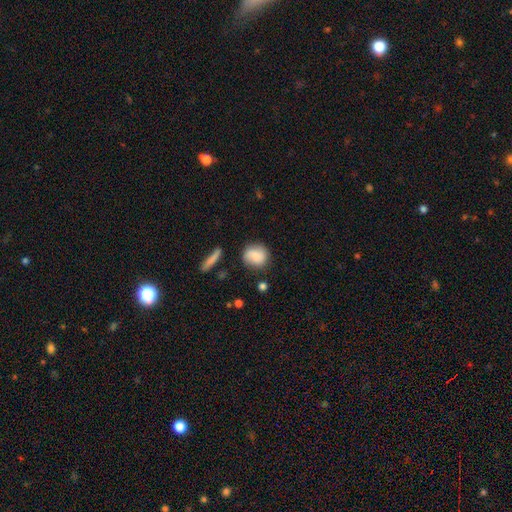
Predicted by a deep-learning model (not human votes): smooth-or-featured: smooth: 74% | featured or disk: 18% | star or artifact: 8%
  how-rounded: round: 80% | in between: 18% | cigar-shaped: 2%
  merging: none: 77% | minor disturbance: 16% | major disturbance: 4% | merger: 3%